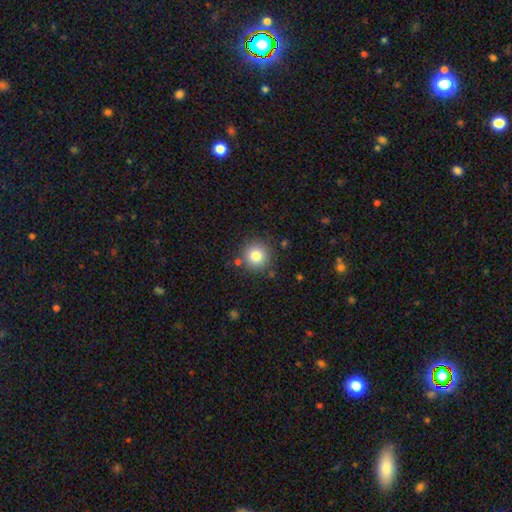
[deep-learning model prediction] Morphology: type=smooth (81%); roundness=round (95%); merging=none (86%).